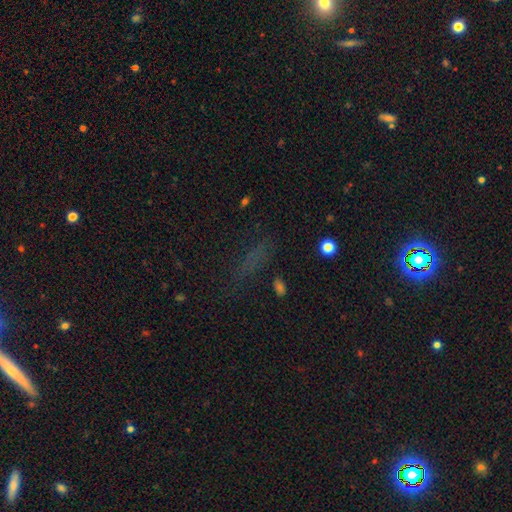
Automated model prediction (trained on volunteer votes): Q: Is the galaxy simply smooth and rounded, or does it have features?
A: smooth — 45%.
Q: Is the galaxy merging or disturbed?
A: none — 66%.